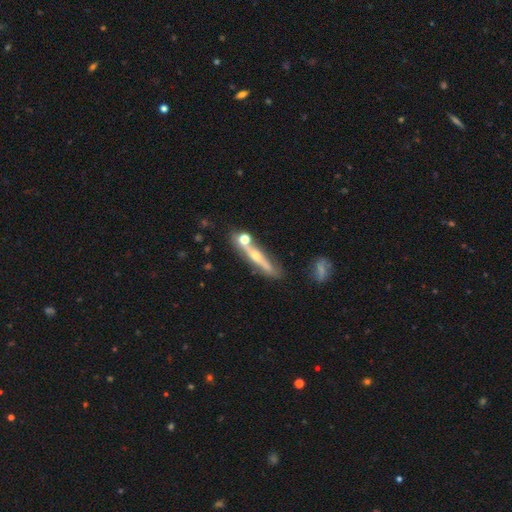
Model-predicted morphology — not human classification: Q: Smooth or featured?
A: featured or disk (64%); runner-up: smooth (28%)
Q: Edge-on disk?
A: yes (83%); runner-up: no (17%)
Q: Edge-on bulge?
A: rounded (87%); runner-up: none (10%)
Q: Merging?
A: none (65%); runner-up: minor disturbance (15%)